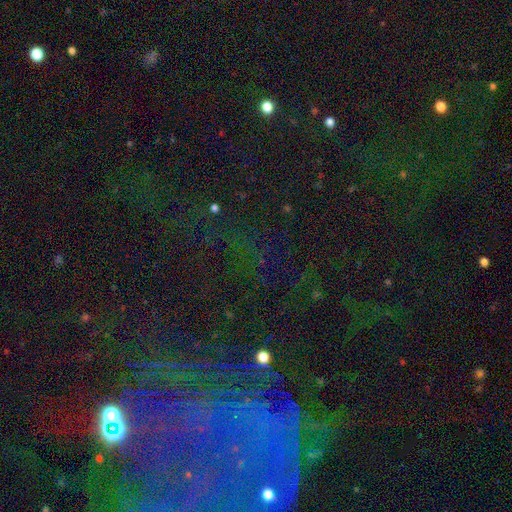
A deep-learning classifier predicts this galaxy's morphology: star or artifact 56%, featured or disk 29%, smooth 15%.